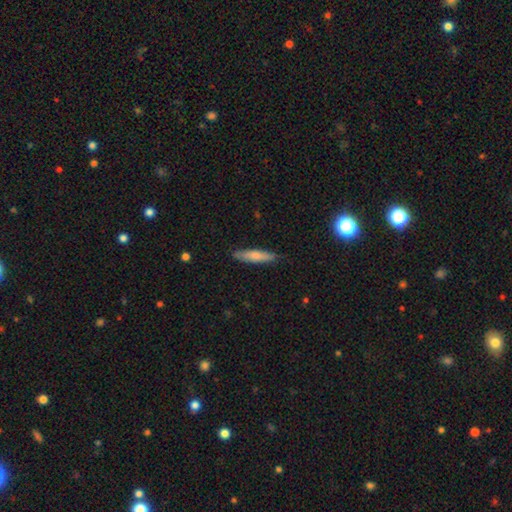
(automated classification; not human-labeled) Q: Smooth or featured?
A: smooth (71%); runner-up: featured or disk (23%)
Q: How rounded?
A: cigar-shaped (82%); runner-up: in between (17%)
Q: Merging?
A: none (82%); runner-up: minor disturbance (14%)